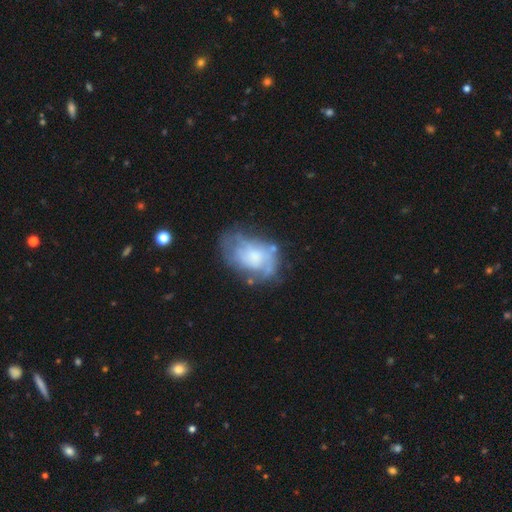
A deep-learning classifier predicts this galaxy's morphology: The model was most divided on "bulge size": moderate: 36%, small: 32%, none: 15%, large: 15%, dominant: 2%. More confident: edge-on disk — no (96%); bar — no (76%); spiral arms — yes (66%); smooth or featured — featured or disk (61%); merging — none (57%).